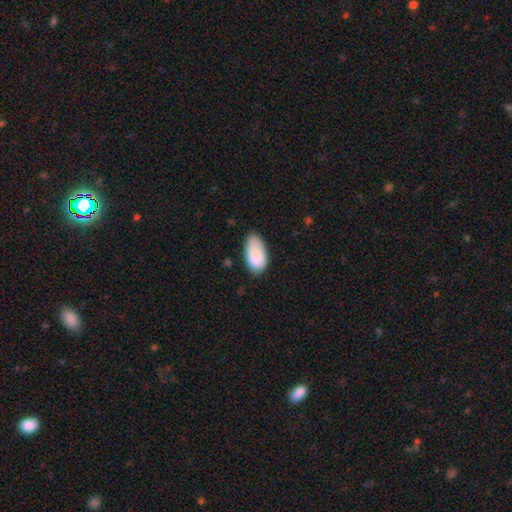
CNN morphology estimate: smooth_or_featured: smooth (p=0.83) [alt: featured or disk p=0.11]
how_rounded: in between (p=0.95) [alt: round p=0.03]
merging: none (p=0.67) [alt: minor disturbance p=0.27]